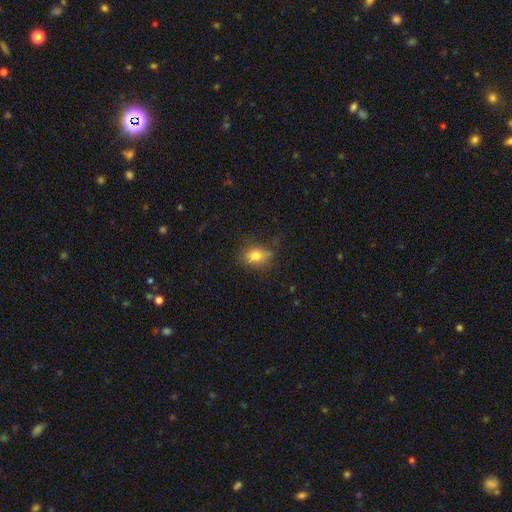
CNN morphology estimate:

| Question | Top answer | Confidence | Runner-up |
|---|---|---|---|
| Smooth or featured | smooth | 79% | featured or disk (11%) |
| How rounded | in between | 72% | round (25%) |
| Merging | none | 71% | minor disturbance (21%) |